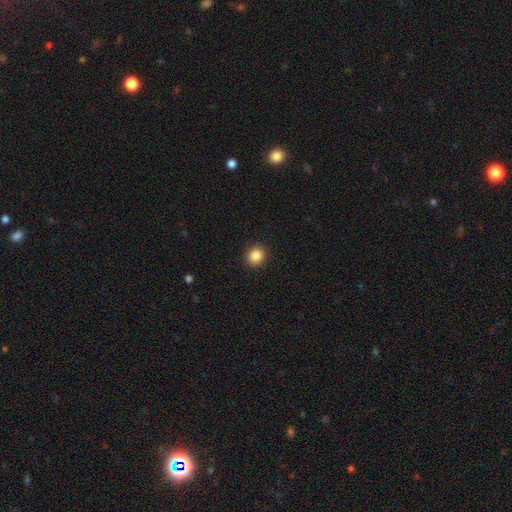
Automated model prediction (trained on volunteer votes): smooth 87%, star or artifact 9%, featured or disk 4%. Down the decision tree: how rounded — round (83%); merging — none (92%).